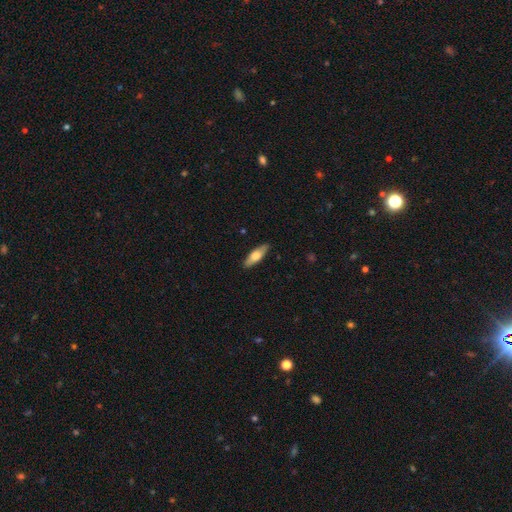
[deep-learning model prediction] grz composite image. It shows a smooth galaxy with no disk features (62%) that is in between round and cigar-shaped (53%). Merging: none (89%).